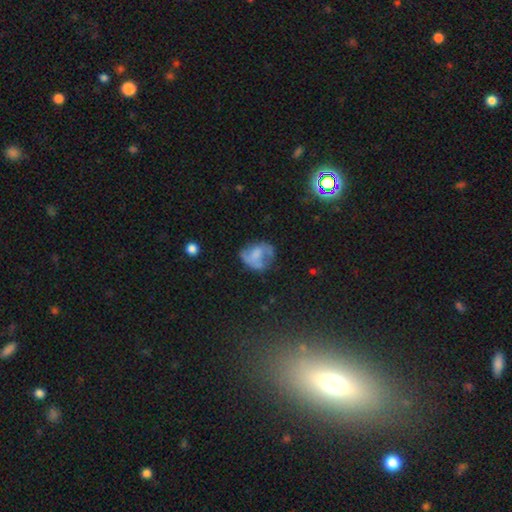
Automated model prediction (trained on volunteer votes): Overall: featured or disk (46%; smooth 43%). Merging: none (46%; minor disturbance 26%).